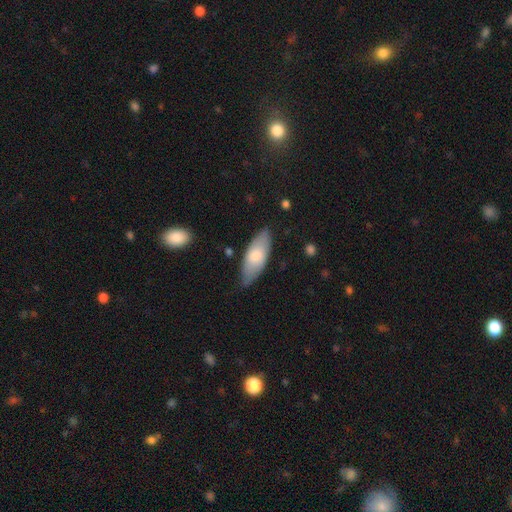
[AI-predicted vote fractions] A smooth galaxy with no disk features (73%) that is in between round and cigar-shaped (80%).

Vote fractions:
- Smooth or featured? smooth: 73% / featured or disk: 21% / star or artifact: 5%
- How rounded? in between: 80% / cigar-shaped: 18% / round: 2%
- Merging? none: 74% / minor disturbance: 21% / major disturbance: 4% / merger: 2%